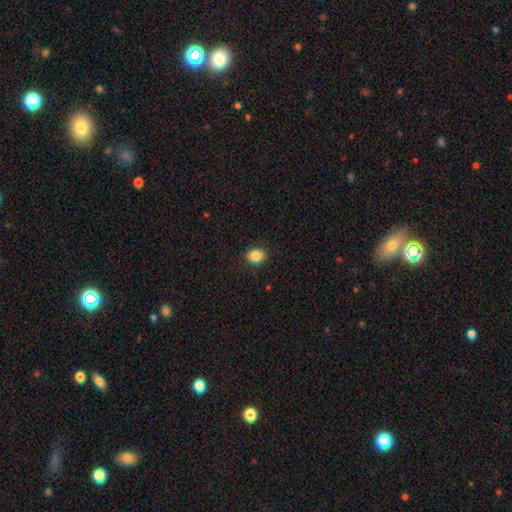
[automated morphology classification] type=smooth (85%); roundness=in between (52%); merging=none (88%).